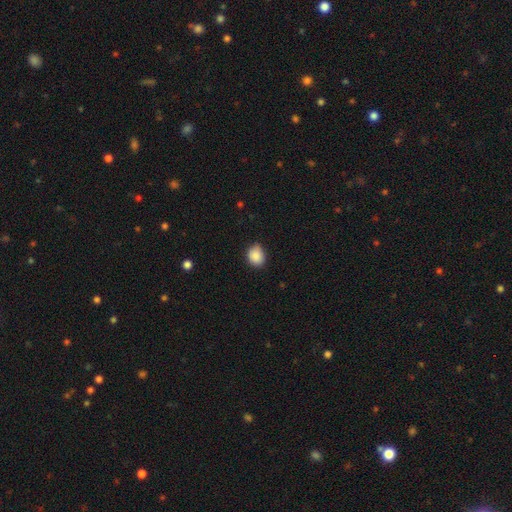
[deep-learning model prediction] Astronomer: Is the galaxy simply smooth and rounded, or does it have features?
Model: smooth — 88%.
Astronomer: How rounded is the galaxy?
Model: round — 51% (runner-up: in between, 48%).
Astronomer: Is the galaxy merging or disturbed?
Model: none — 78%.